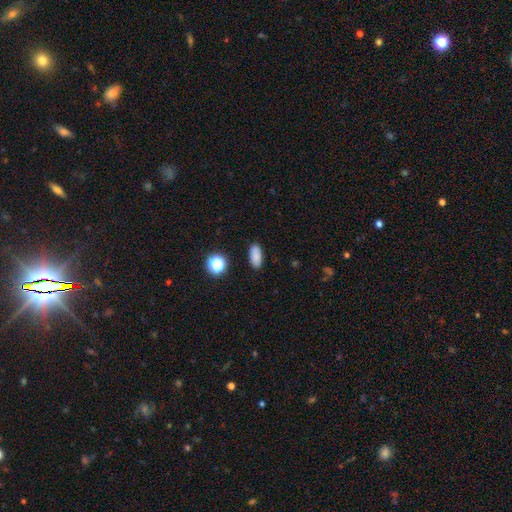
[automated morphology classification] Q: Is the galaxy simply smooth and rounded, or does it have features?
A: smooth — 83%.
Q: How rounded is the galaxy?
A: in between — 83%.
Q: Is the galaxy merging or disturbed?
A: none — 87%.